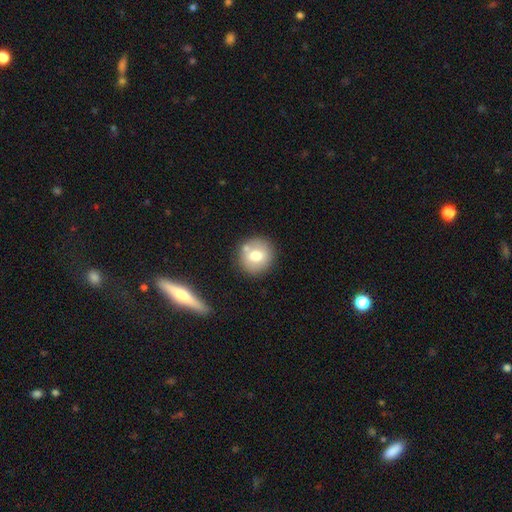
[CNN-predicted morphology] smooth-or-featured: smooth: 70% | featured or disk: 20% | star or artifact: 9%
  how-rounded: round: 89% | in between: 10% | cigar-shaped: 1%
  merging: none: 76% | merger: 11% | minor disturbance: 10% | major disturbance: 3%